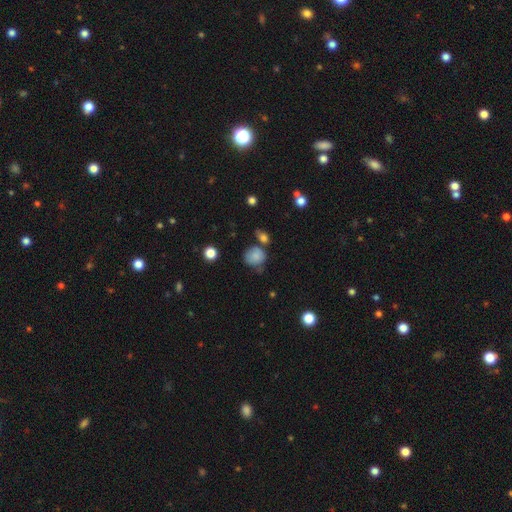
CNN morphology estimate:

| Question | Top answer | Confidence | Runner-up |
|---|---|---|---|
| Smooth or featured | smooth | 81% | star or artifact (11%) |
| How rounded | round | 77% | in between (22%) |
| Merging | none | 55% | minor disturbance (23%) |